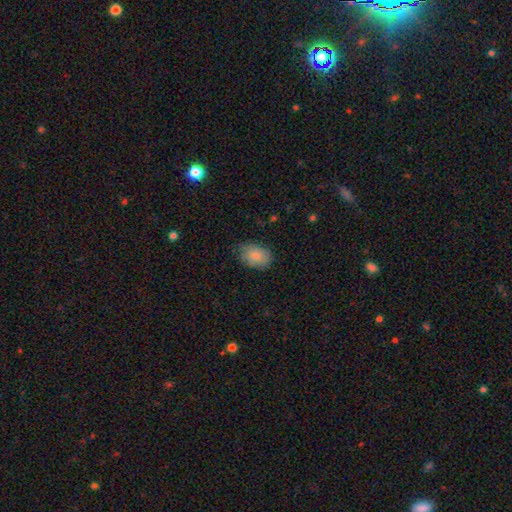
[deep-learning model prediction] Smooth or featured? Predicted: smooth (p=0.83). How rounded? Predicted: in between (p=0.77). Merging? Predicted: none (p=0.71).